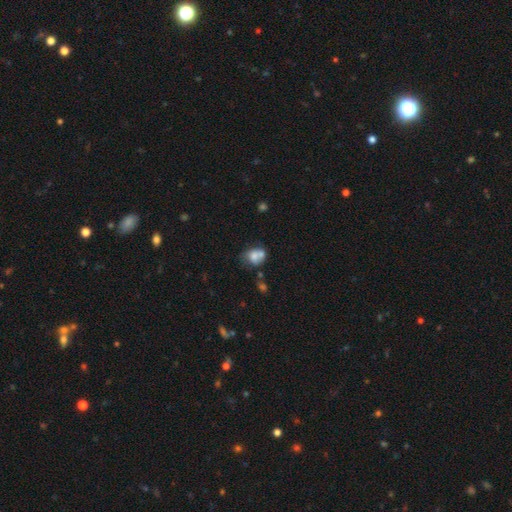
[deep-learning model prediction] smooth-or-featured: smooth: 67% | featured or disk: 22% | star or artifact: 11%
  how-rounded: in between: 55% | round: 44% | cigar-shaped: 1%
  merging: merger: 45% | none: 26% | minor disturbance: 17% | major disturbance: 12%